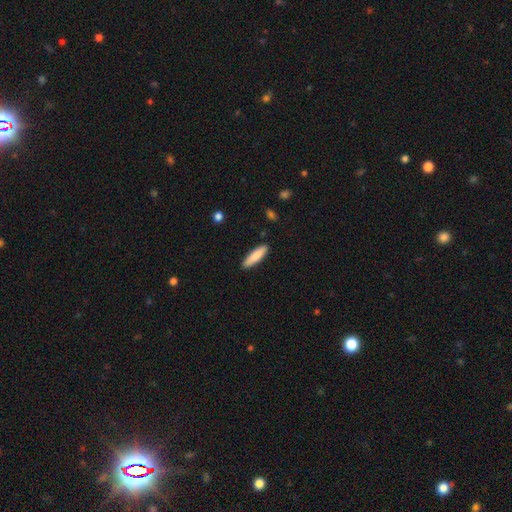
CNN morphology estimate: Q: Smooth or featured?
A: smooth (84%); runner-up: featured or disk (11%)
Q: How rounded?
A: cigar-shaped (72%); runner-up: in between (26%)
Q: Merging?
A: none (89%); runner-up: minor disturbance (8%)